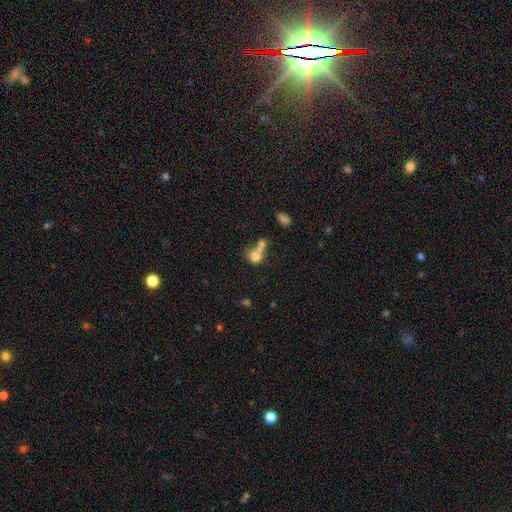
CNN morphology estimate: type=smooth (63%); roundness=round (68%); merging=merger (52%).